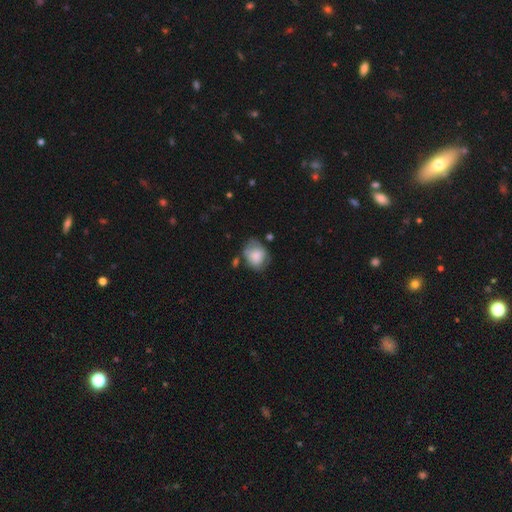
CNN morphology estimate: Smooth or featured? smooth (76%)
How rounded? in between (51%)
Merging? none (50%)